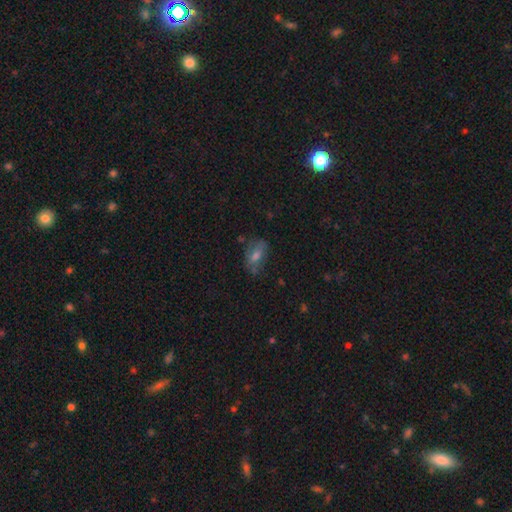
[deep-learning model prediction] smooth-or-featured: smooth: 50% | featured or disk: 35% | star or artifact: 15%
  merging: none: 65% | minor disturbance: 22% | major disturbance: 10% | merger: 3%